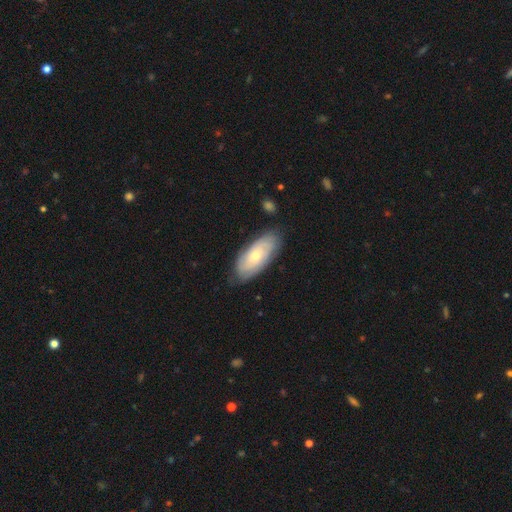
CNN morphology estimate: type=featured or disk (49%); merging=none (77%).